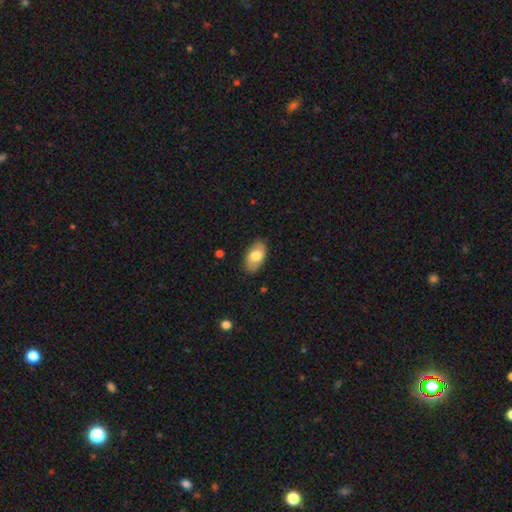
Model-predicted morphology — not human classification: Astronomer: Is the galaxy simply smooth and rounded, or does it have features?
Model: smooth — 71%.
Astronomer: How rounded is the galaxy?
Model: in between — 94%.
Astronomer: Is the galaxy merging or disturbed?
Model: none — 83%.